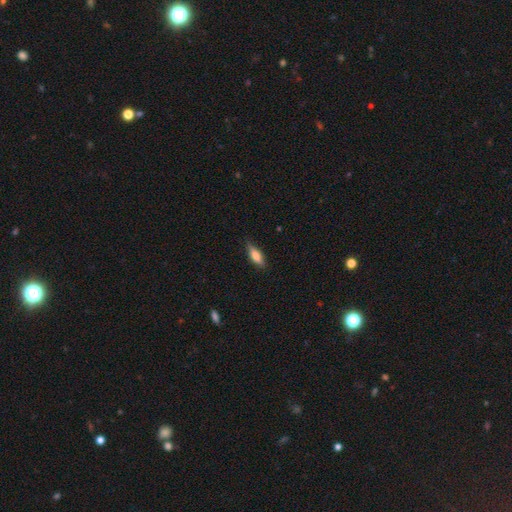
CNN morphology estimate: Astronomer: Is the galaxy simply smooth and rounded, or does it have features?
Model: smooth — 72%.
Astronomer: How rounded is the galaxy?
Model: in between — 56% (runner-up: cigar-shaped, 41%).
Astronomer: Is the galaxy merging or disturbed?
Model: none — 81%.